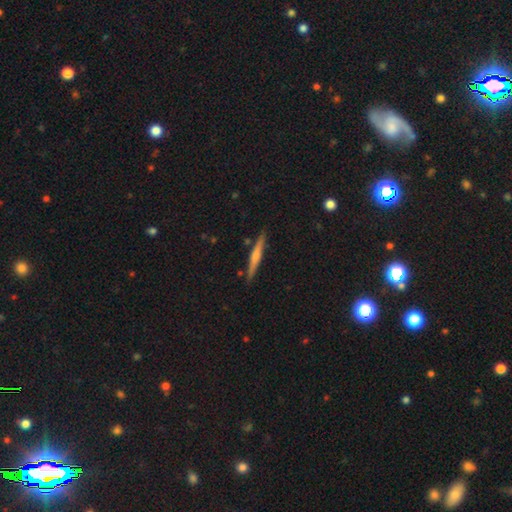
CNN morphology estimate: Smooth or featured?
  - featured or disk: 52% *
  - smooth: 42%
  - star or artifact: 6%
Edge-on disk?
  - yes: 97% *
  - no: 3%
Edge-on bulge?
  - rounded: 58% *
  - none: 27%
  - boxy: 14%
Merging?
  - none: 87% *
  - minor disturbance: 9%
  - merger: 2%
  - major disturbance: 2%